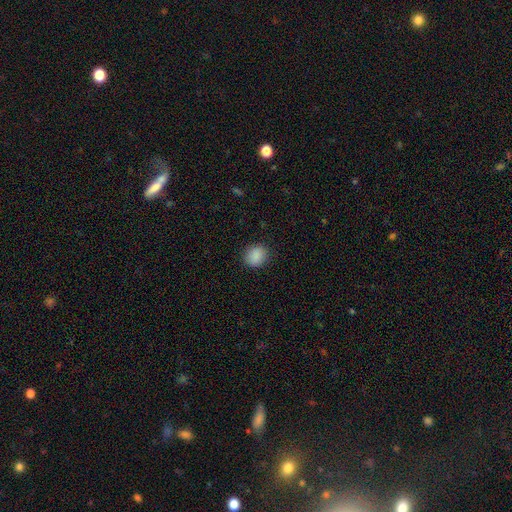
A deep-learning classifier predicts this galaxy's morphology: type=smooth (88%); roundness=round (69%); merging=none (88%).